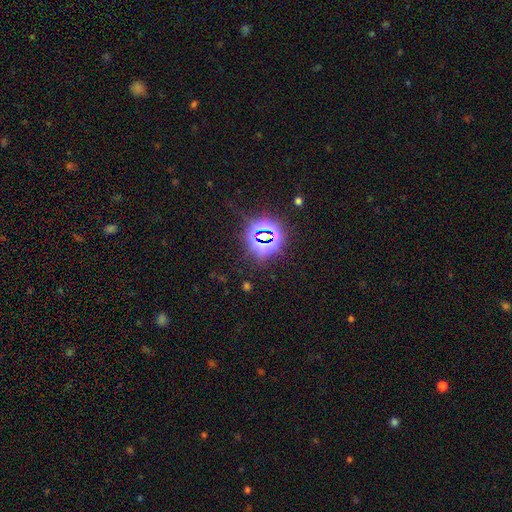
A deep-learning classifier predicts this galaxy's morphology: This appears to be a star or artifact, not a galaxy (78%).